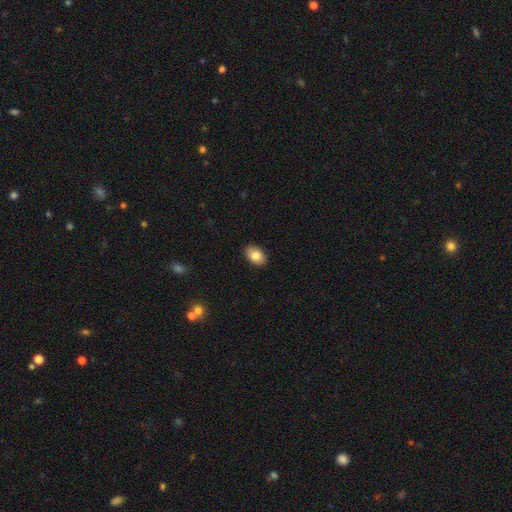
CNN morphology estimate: smooth-or-featured: smooth: 83% | featured or disk: 10% | star or artifact: 7%
  how-rounded: in between: 88% | round: 11% | cigar-shaped: 1%
  merging: none: 90% | minor disturbance: 8% | major disturbance: 2% | merger: 1%